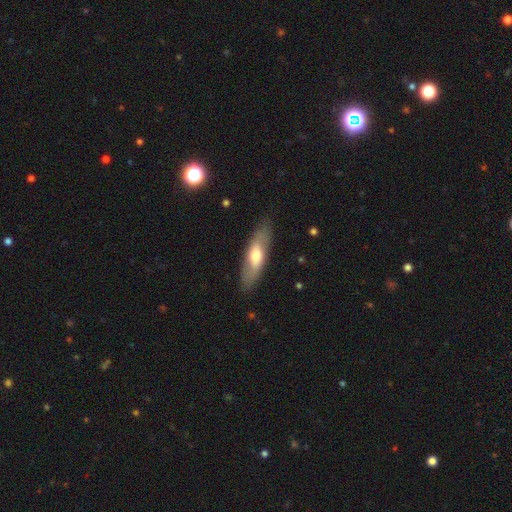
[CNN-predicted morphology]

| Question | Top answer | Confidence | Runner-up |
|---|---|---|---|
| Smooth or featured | smooth | 57% | featured or disk (37%) |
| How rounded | in between | 51% | cigar-shaped (47%) |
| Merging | none | 83% | minor disturbance (12%) |